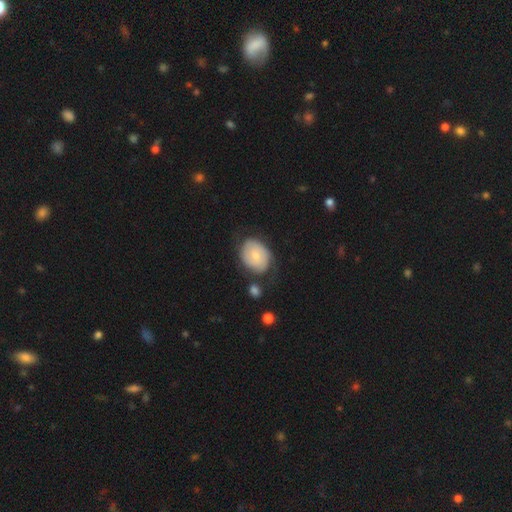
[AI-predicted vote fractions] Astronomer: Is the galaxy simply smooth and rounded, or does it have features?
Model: featured or disk — 48% (runner-up: smooth, 46%).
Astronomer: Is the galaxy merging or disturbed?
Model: none — 61%.